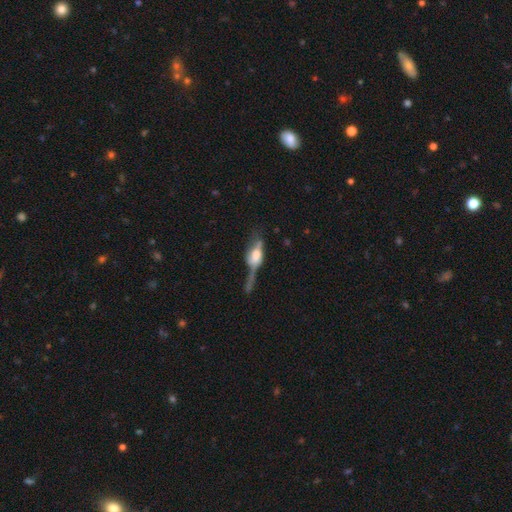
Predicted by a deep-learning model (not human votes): Morphology: type=featured or disk (56%); edge-on=yes (74%); merging=major disturbance (31%).